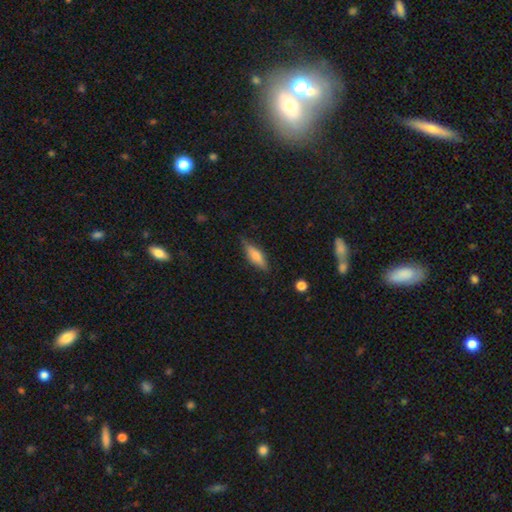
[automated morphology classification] The model was most divided on "how rounded": cigar-shaped: 50%, in between: 47%, round: 3%. More confident: merging — none (81%); smooth or featured — smooth (57%).